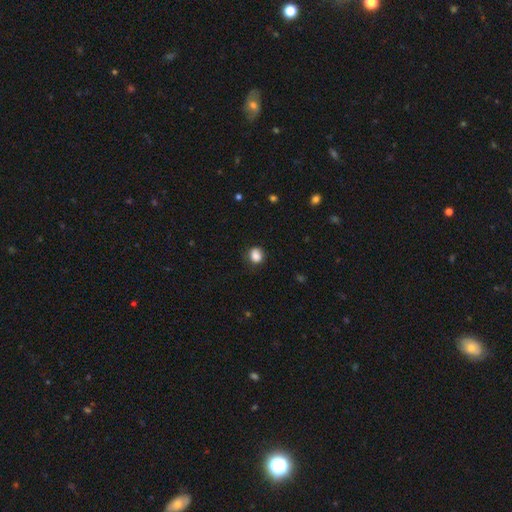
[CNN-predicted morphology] Smooth or featured?
  - smooth: 84% *
  - star or artifact: 10%
  - featured or disk: 6%
How rounded?
  - round: 64% *
  - in between: 36%
  - cigar-shaped: 1%
Merging?
  - none: 68% *
  - minor disturbance: 23%
  - major disturbance: 7%
  - merger: 2%